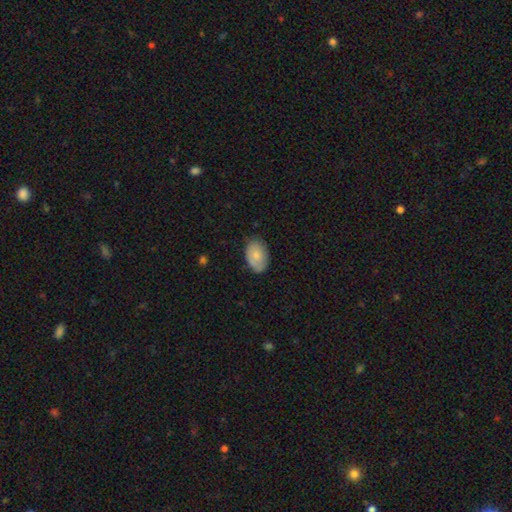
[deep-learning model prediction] Smooth or featured: smooth — 76% (featured or disk — 17%)
How rounded: in between — 89% (round — 10%)
Merging: none — 75% (minor disturbance — 20%)